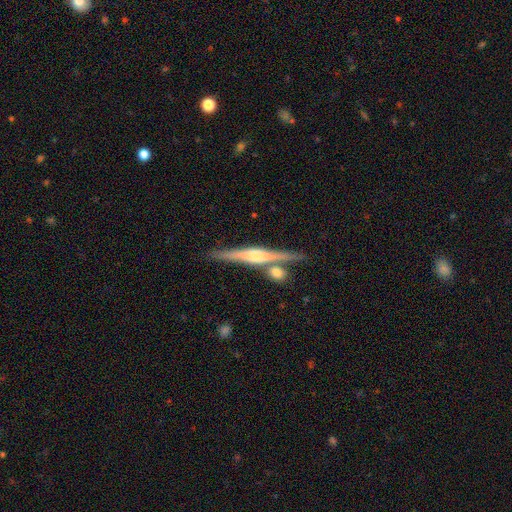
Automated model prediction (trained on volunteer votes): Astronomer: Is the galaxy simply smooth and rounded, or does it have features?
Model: featured or disk — 74%.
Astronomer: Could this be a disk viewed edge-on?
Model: yes — 98%.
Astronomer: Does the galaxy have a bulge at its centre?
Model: rounded — 78%.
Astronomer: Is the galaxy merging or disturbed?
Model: none — 77%.